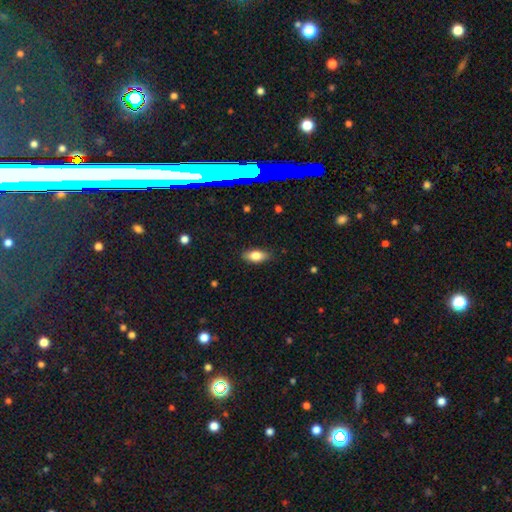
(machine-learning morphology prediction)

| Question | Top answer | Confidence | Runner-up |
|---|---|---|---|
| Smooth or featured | smooth | 79% | featured or disk (13%) |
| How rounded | in between | 87% | cigar-shaped (9%) |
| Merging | none | 86% | minor disturbance (11%) |